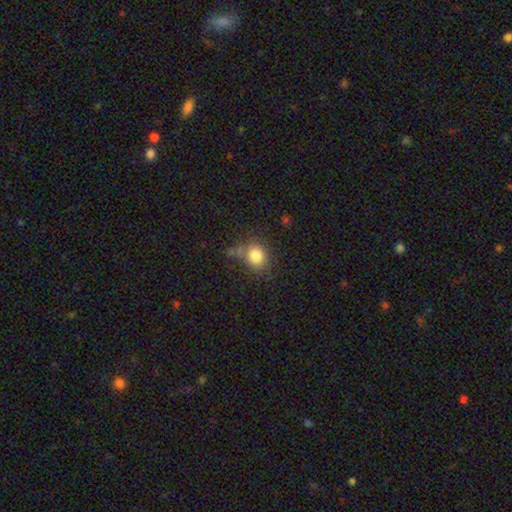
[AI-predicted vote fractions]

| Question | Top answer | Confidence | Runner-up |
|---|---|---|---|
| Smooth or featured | smooth | 81% | star or artifact (11%) |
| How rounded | round | 62% | in between (37%) |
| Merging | none | 61% | minor disturbance (21%) |